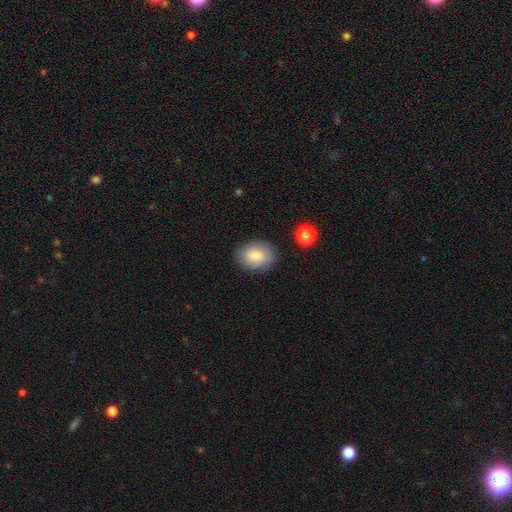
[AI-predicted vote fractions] The model was most divided on "how rounded": in between: 65%, round: 34%, cigar-shaped: 1%. More confident: smooth or featured — smooth (83%); merging — none (82%).